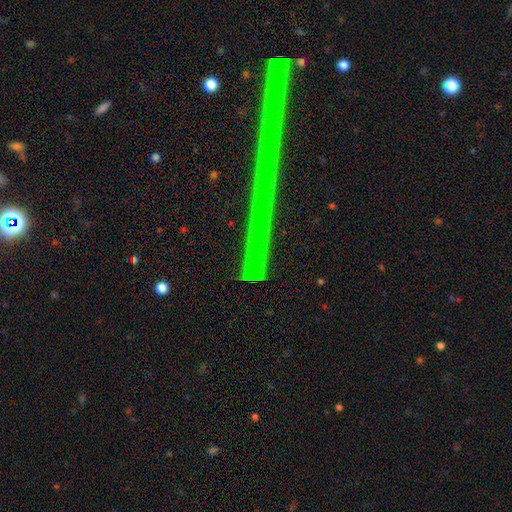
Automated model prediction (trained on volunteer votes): The model was most divided on "smooth or featured": star or artifact: 69%, featured or disk: 18%, smooth: 13%.